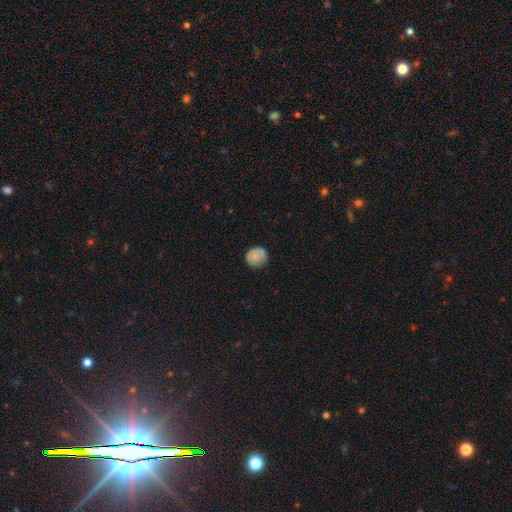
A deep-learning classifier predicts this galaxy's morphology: The model was most divided on "merging": none: 84%, minor disturbance: 12%, major disturbance: 2%, merger: 1%. More confident: how rounded — round (88%); smooth or featured — smooth (83%).